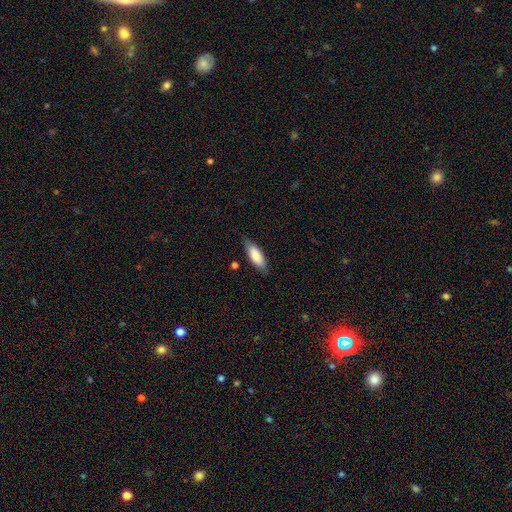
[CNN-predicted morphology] Overall: smooth (81%). How rounded: in between (71%). Merging: none (78%).